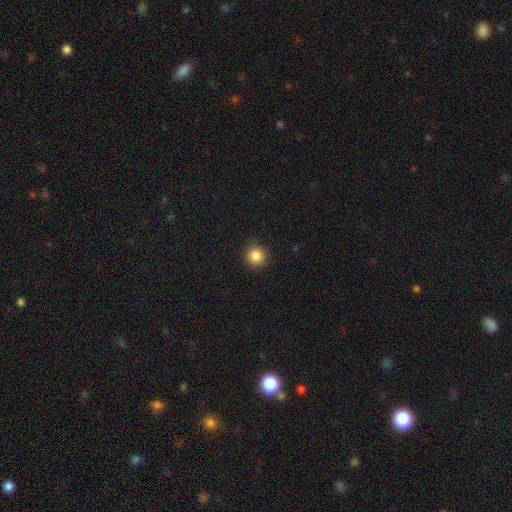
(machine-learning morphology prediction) Smooth or featured: smooth — 86% (star or artifact — 10%)
How rounded: round — 94% (in between — 5%)
Merging: none — 90% (minor disturbance — 7%)